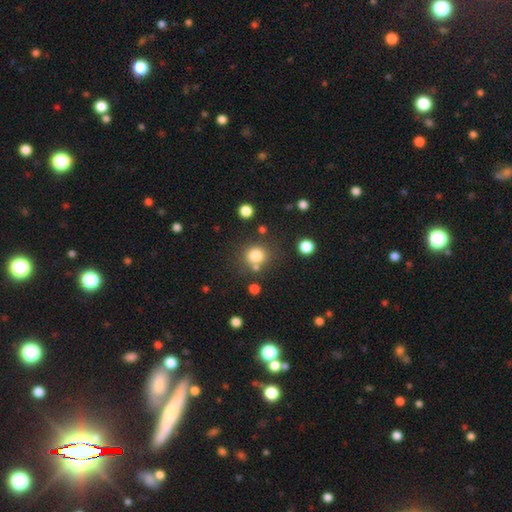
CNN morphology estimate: This appears to be a smooth galaxy with no disk features (80%) that is round (87%). Merging: none (72%).